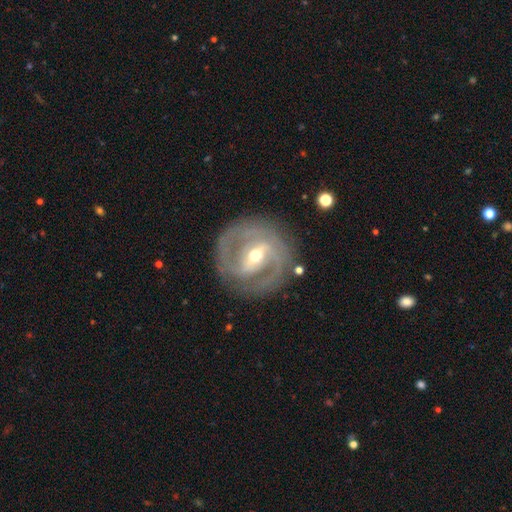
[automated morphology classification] Smooth or featured: featured or disk — 86% (smooth — 9%)
Edge-on disk: no — 96% (yes — 4%)
Bar: strong — 47% (weak — 39%)
Spiral arms: yes — 91% (no — 9%)
Spiral winding: tight — 48% (medium — 41%)
Spiral arm count: 2 — 74% (can't tell — 10%)
Bulge size: moderate — 65% (small — 30%)
Merging: none — 80% (minor disturbance — 12%)